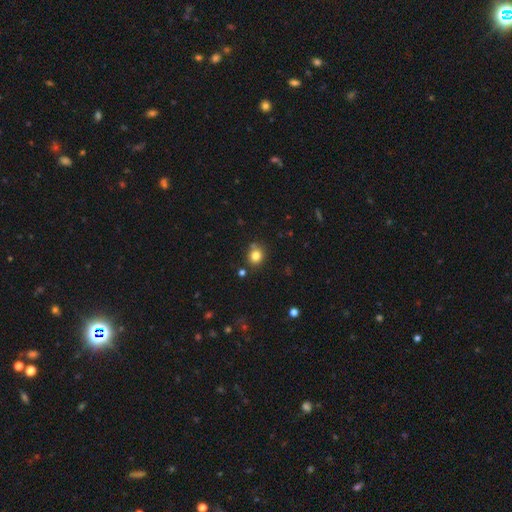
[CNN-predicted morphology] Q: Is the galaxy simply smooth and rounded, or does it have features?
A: smooth — 81%.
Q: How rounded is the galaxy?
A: round — 79%.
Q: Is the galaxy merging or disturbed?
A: none — 78%.